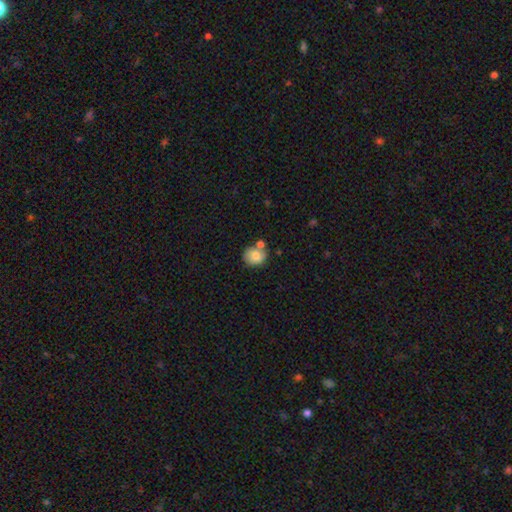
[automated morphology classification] smooth 75%, featured or disk 17%, star or artifact 8%. Down the decision tree: how rounded — round (74%); merging — none (55%).